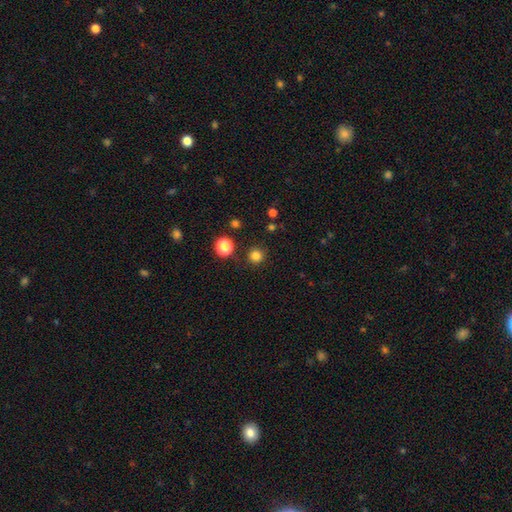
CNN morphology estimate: smooth_or_featured: smooth (p=0.82) [alt: star or artifact p=0.14]
how_rounded: round (p=0.95) [alt: in between p=0.04]
merging: none (p=0.90) [alt: minor disturbance p=0.05]